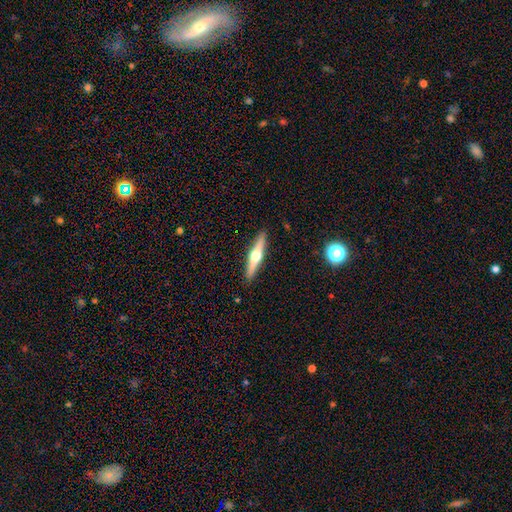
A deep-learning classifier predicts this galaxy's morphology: type=featured or disk (66%); edge-on=yes (97%); edge-on bulge=rounded (95%); merging=none (91%).